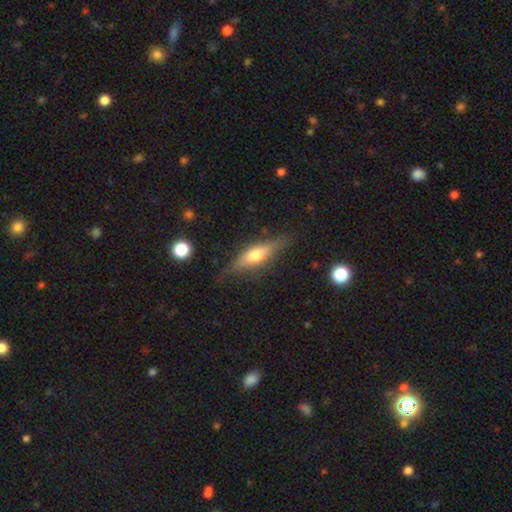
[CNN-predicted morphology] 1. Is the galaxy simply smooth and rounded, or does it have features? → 47% featured or disk, 46% smooth, 7% star or artifact.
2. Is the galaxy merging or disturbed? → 74% none, 19% minor disturbance, 5% major disturbance, 2% merger.